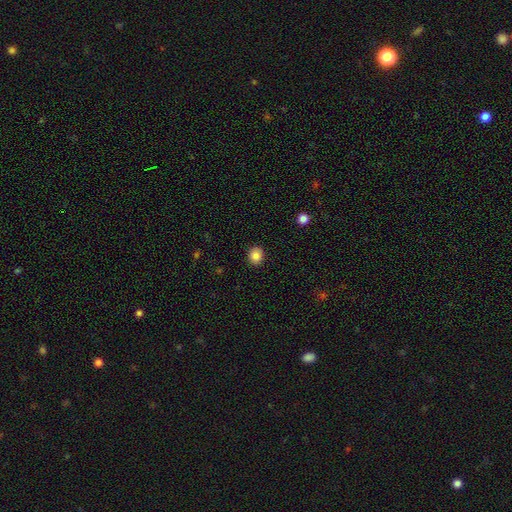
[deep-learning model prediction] This is clearly a smooth galaxy (85%). How rounded: clearly round (80%). Merging: clearly none (91%).